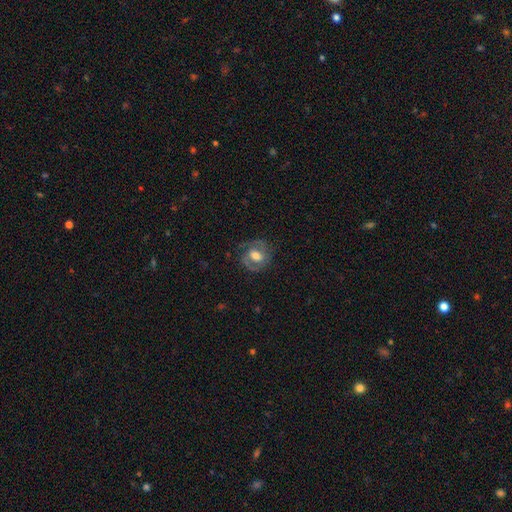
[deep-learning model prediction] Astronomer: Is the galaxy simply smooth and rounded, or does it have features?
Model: featured or disk — 65%.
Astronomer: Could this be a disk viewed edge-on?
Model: no — 97%.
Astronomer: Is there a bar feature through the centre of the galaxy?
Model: weak — 43% (runner-up: no, 40%).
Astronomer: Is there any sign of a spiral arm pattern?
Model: yes — 82%.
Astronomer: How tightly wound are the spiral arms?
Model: medium — 47% (runner-up: tight, 37%).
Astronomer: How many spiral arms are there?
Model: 2 — 80%.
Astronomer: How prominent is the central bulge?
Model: moderate — 60%.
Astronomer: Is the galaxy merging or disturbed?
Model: none — 72%.